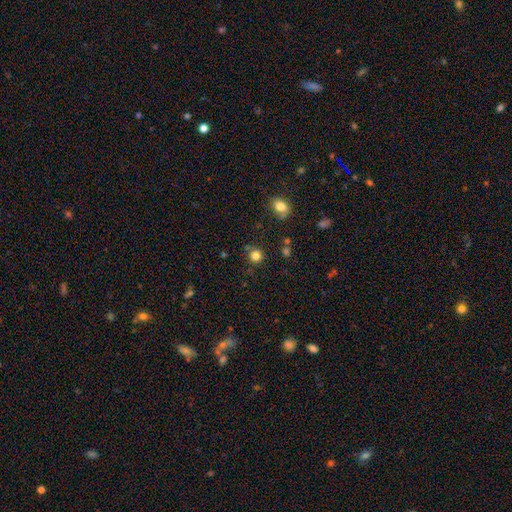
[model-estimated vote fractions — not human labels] Smooth or featured: smooth — 81% (star or artifact — 14%)
How rounded: round — 92% (in between — 7%)
Merging: none — 81% (minor disturbance — 11%)